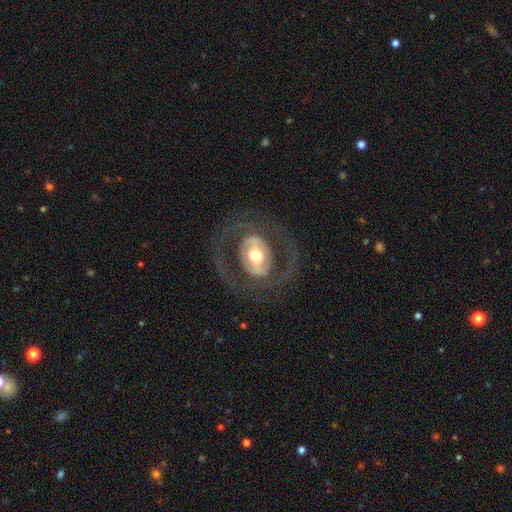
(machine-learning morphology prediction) A featured or disk galaxy (76%) with no bar (46%), spiral arms (53%) and a moderate central bulge (60%). Merging: none (73%).